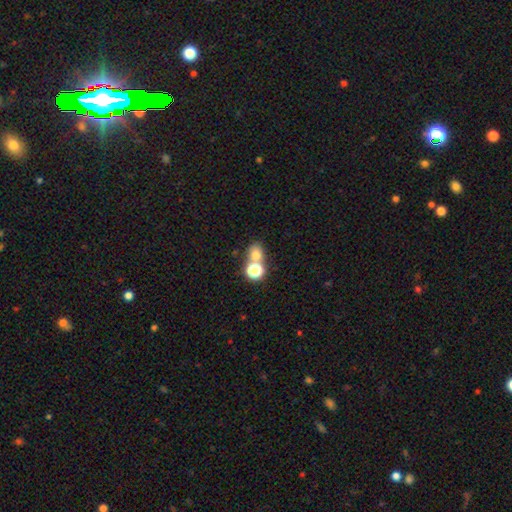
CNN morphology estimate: Overall: smooth (71%). How rounded: round (67%; in between 32%). Merging: none (46%; merger 42%).